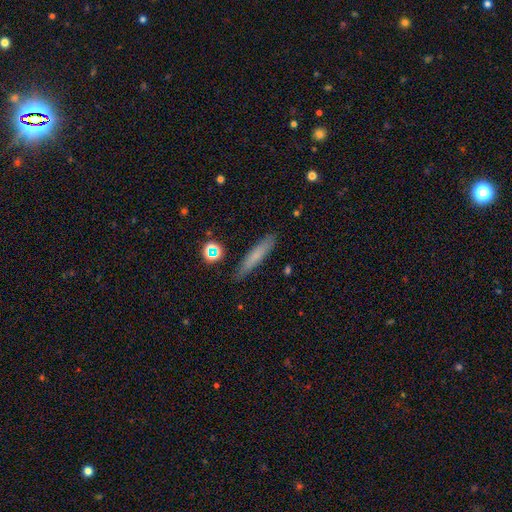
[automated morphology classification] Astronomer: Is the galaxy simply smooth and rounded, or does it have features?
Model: smooth — 66%.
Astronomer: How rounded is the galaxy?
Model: cigar-shaped — 88%.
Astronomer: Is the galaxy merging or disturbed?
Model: none — 82%.